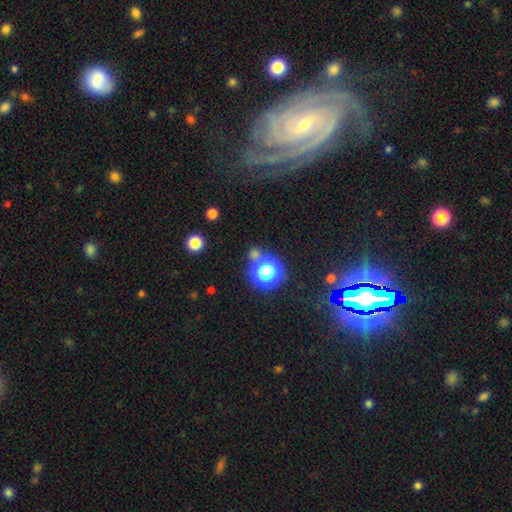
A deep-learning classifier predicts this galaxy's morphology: type=star or artifact (44%).